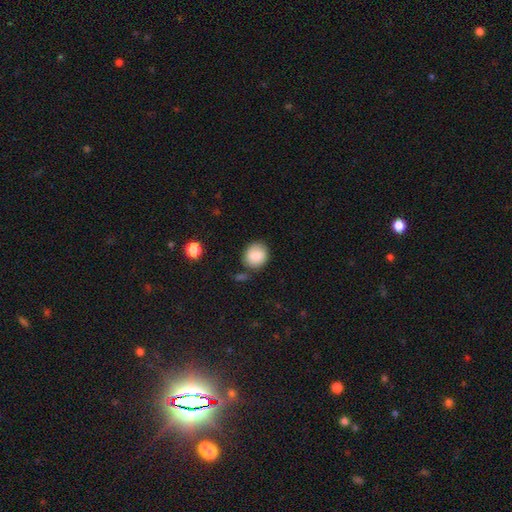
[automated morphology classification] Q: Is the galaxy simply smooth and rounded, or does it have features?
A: smooth — 84%.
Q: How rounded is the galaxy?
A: round — 75%.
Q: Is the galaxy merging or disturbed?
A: none — 77%.